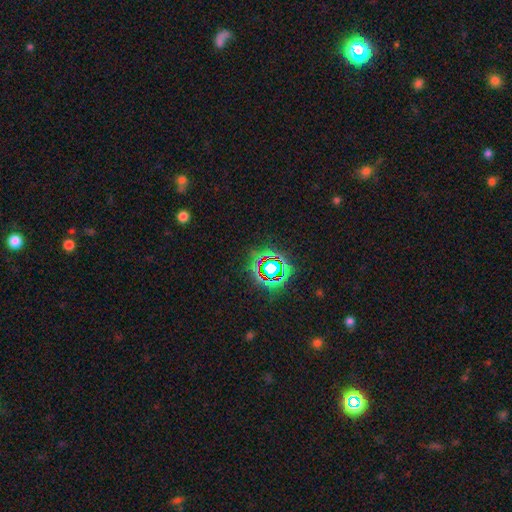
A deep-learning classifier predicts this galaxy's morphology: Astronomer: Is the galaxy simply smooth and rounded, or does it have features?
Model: star or artifact — 70%.